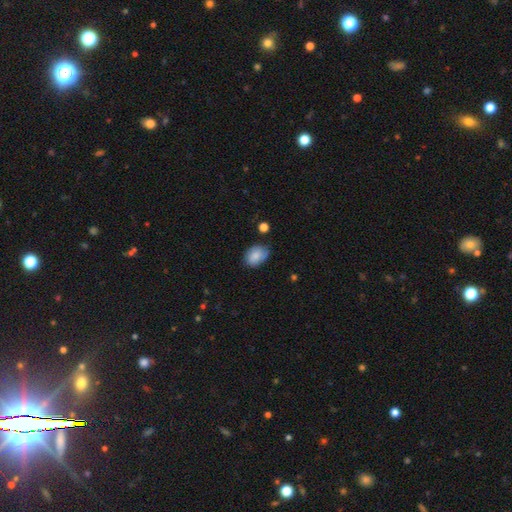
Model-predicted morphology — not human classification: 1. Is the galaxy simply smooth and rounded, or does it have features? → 82% smooth, 11% featured or disk, 8% star or artifact.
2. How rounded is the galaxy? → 75% in between, 24% round, 1% cigar-shaped.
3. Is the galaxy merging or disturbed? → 67% none, 26% minor disturbance, 5% major disturbance, 2% merger.